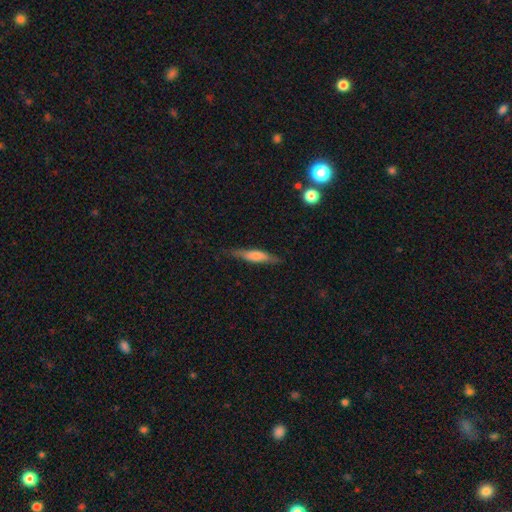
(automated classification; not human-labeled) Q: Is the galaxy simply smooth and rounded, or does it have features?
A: smooth — 47%.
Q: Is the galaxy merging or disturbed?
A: none — 81%.